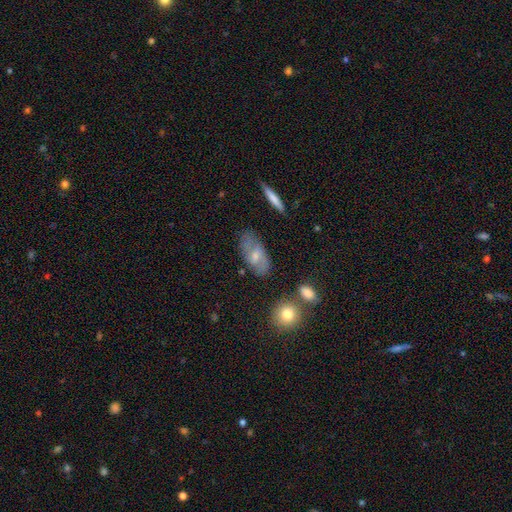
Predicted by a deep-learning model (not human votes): Morphology: type=featured or disk (53%); edge-on=no (90%); merging=none (72%).